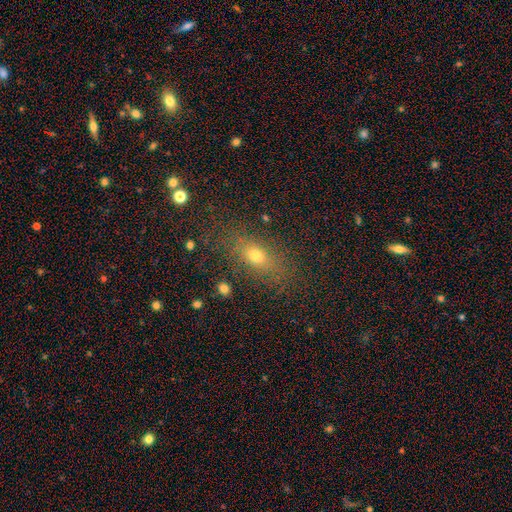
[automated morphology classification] Overall: smooth (68%). How rounded: in between (70%). Merging: none (79%).